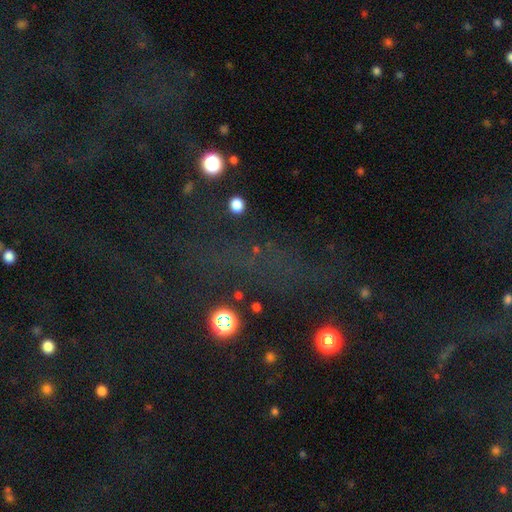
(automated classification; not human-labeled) Overall: star or artifact (58%; smooth 26%).